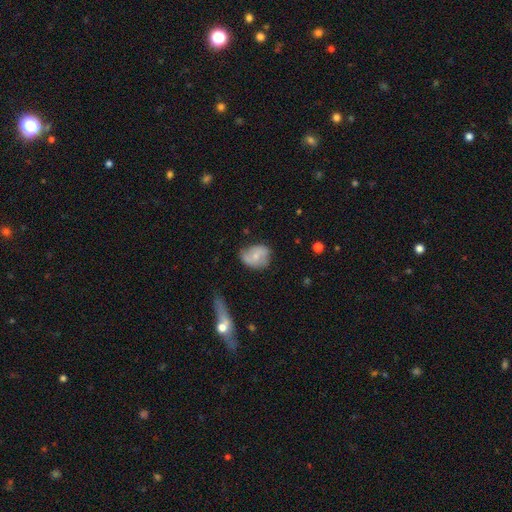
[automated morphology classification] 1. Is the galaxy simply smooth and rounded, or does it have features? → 51% smooth, 42% featured or disk, 7% star or artifact.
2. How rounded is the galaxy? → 54% in between, 45% round, 1% cigar-shaped.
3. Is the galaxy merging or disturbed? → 60% none, 29% minor disturbance, 9% major disturbance, 3% merger.